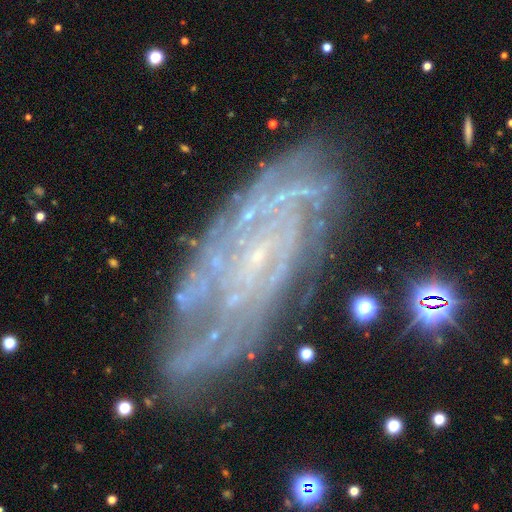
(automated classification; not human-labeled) Smooth or featured?
  - featured or disk: 85% *
  - star or artifact: 8%
  - smooth: 7%
Edge-on disk?
  - no: 90% *
  - yes: 10%
Bar?
  - no: 59% *
  - weak: 30%
  - strong: 11%
Spiral arms?
  - yes: 96% *
  - no: 4%
Spiral winding?
  - tight: 69% *
  - medium: 25%
  - loose: 6%
Spiral arm count?
  - can't tell: 33% *
  - 4: 17%
  - 2: 16%
  - 3: 15%
  - more than 4: 12%
  - 1: 8%
Bulge size?
  - small: 84% *
  - none: 8%
  - moderate: 6%
  - large: 1%
  - dominant: 1%
Merging?
  - none: 76% *
  - minor disturbance: 17%
  - major disturbance: 5%
  - merger: 2%